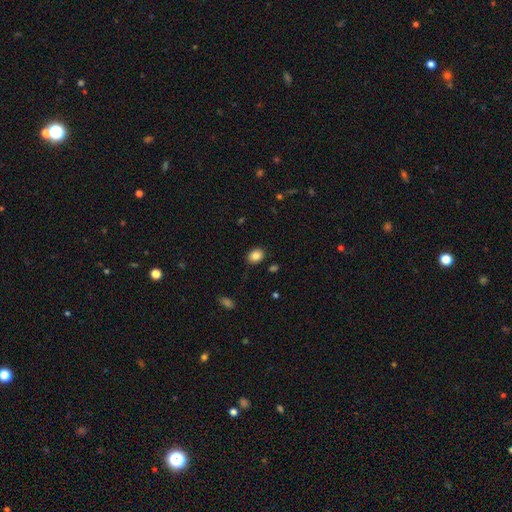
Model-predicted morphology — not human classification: smooth 85%, star or artifact 10%, featured or disk 5%. Down the decision tree: how rounded — in between (56%); merging — none (86%).